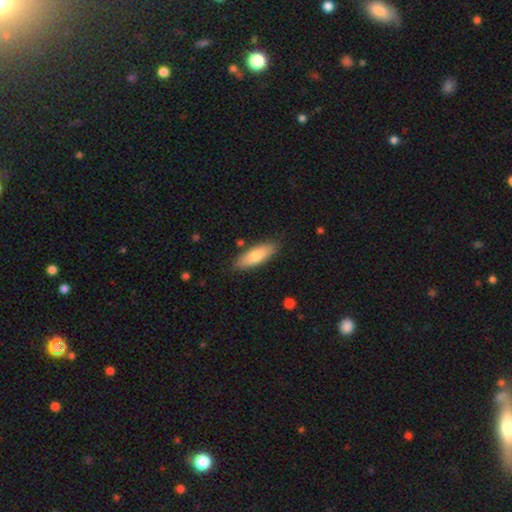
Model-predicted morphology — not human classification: smooth_or_featured: smooth (p=0.77) [alt: featured or disk p=0.17]
how_rounded: in between (p=0.56) [alt: cigar-shaped p=0.42]
merging: none (p=0.86) [alt: minor disturbance p=0.10]